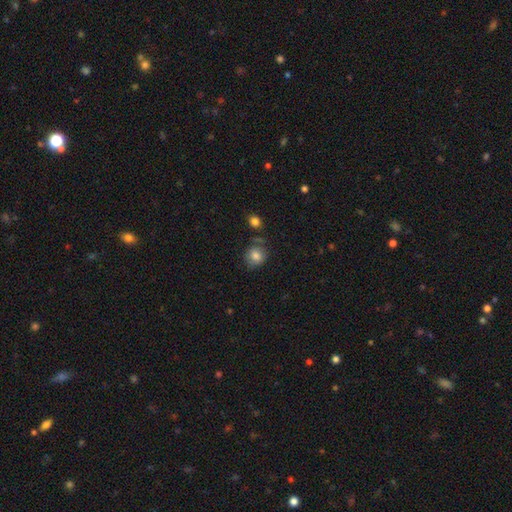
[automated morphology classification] A smooth galaxy with no disk features (81%) that is round (81%). Merging: none (69%).